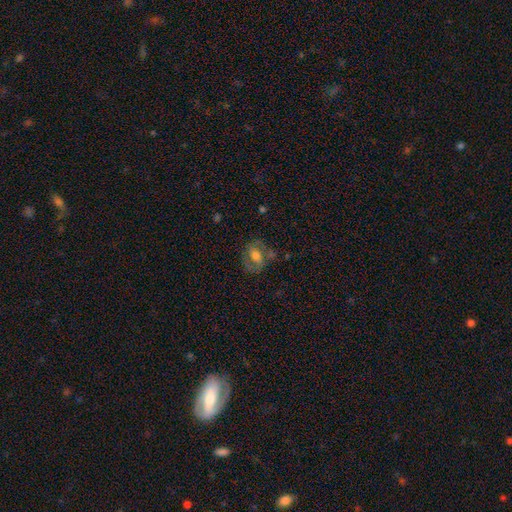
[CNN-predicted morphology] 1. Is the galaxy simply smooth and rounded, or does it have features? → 47% featured or disk, 44% smooth, 9% star or artifact.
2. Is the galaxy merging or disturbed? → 60% none, 21% minor disturbance, 13% major disturbance, 5% merger.